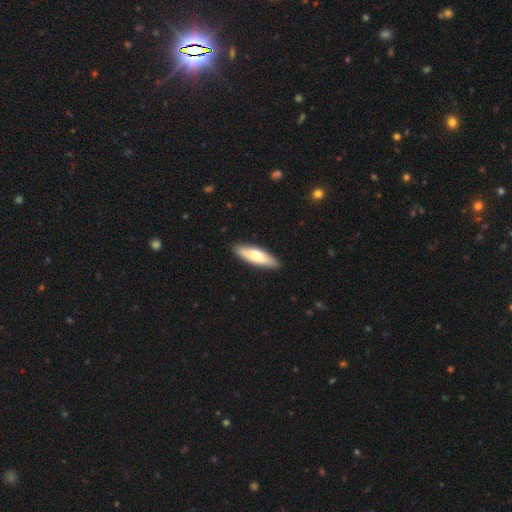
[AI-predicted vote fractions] This appears to be a smooth galaxy with no disk features (65%) that is cigar-shaped (56%). Merging: none (88%).